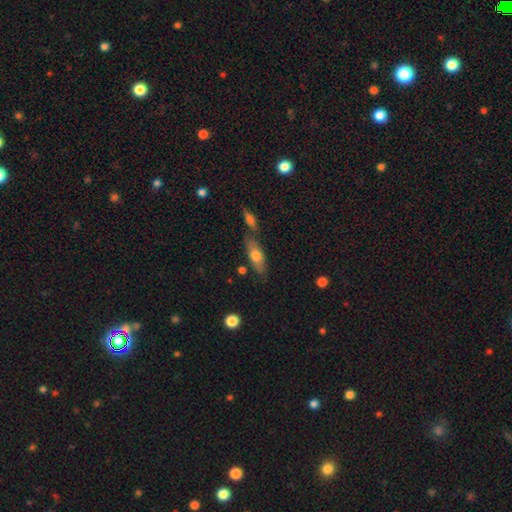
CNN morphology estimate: A smooth galaxy with no disk features (64%) that is in between round and cigar-shaped (63%). Merging: none (61%).